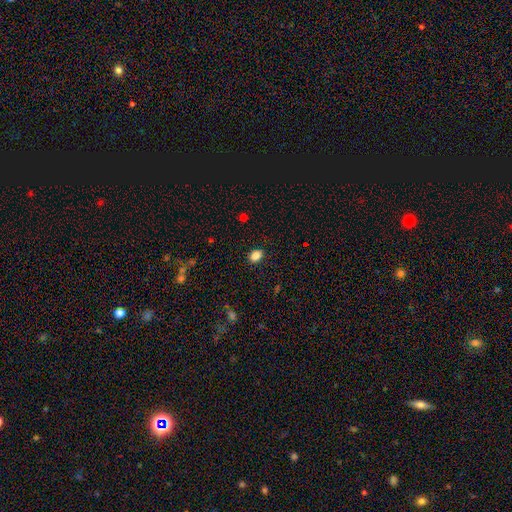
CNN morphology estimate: smooth-or-featured: smooth: 86% | star or artifact: 10% | featured or disk: 4%
  how-rounded: in between: 67% | round: 32% | cigar-shaped: 1%
  merging: none: 88% | minor disturbance: 9% | major disturbance: 2% | merger: 1%